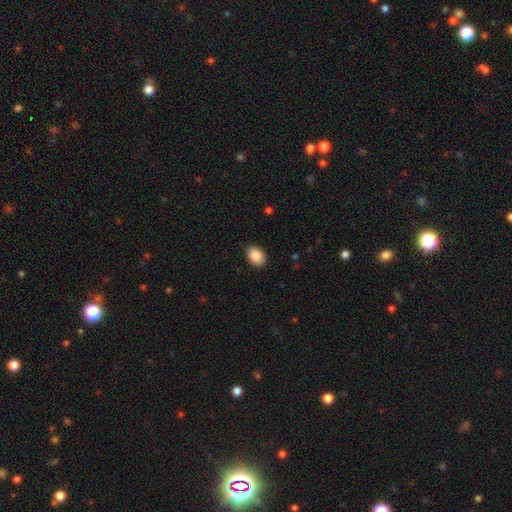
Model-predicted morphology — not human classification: The model was most divided on "how rounded": in between: 81%, round: 18%, cigar-shaped: 1%. More confident: smooth or featured — smooth (90%); merging — none (88%).